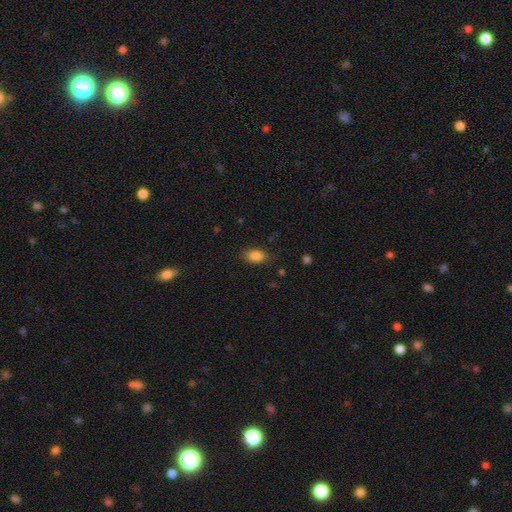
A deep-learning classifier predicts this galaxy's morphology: A smooth galaxy with no disk features (86%) that is in between round and cigar-shaped (84%).

Vote fractions:
- Smooth or featured? smooth: 86% / star or artifact: 9% / featured or disk: 5%
- How rounded? in between: 84% / round: 14% / cigar-shaped: 2%
- Merging? none: 81% / minor disturbance: 14% / major disturbance: 4% / merger: 1%